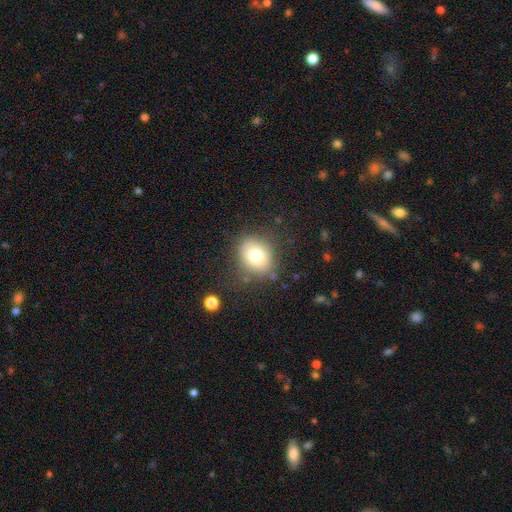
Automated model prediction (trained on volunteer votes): Smooth or featured? smooth (78%)
How rounded? round (58%)
Merging? none (78%)